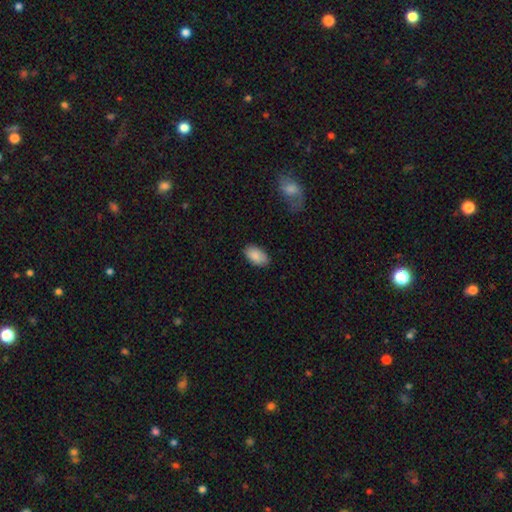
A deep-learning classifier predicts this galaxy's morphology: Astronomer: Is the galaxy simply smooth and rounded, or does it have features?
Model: smooth — 87%.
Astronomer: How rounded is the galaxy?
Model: in between — 95%.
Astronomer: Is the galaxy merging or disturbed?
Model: none — 84%.